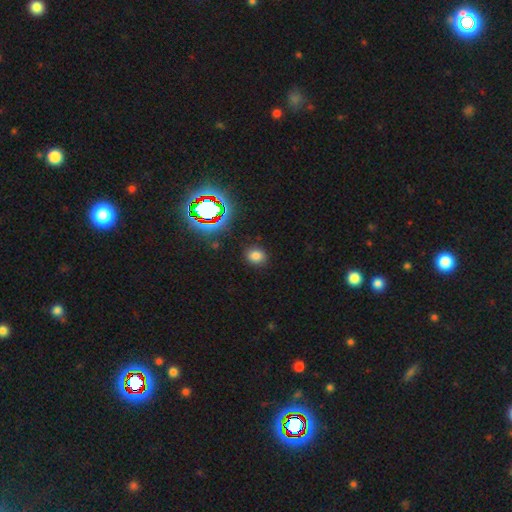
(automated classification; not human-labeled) Smooth or featured?
  - smooth: 75% *
  - star or artifact: 19%
  - featured or disk: 6%
How rounded?
  - round: 64% *
  - in between: 35%
  - cigar-shaped: 1%
Merging?
  - none: 86% *
  - minor disturbance: 10%
  - major disturbance: 3%
  - merger: 2%